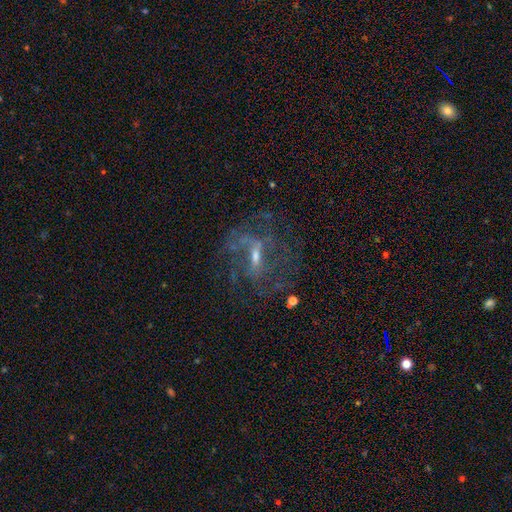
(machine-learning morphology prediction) This appears to be a featured or disk galaxy (77%) with a weak bar (46%), medium (44%) spiral arms (76%) and a small central bulge (53%). Merging: none (59%).